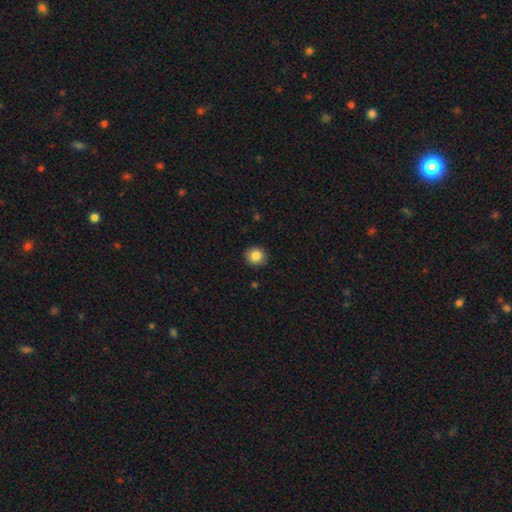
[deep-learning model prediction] smooth_or_featured: smooth (p=0.85) [alt: star or artifact p=0.09]
how_rounded: round (p=0.90) [alt: in between p=0.09]
merging: none (p=0.92) [alt: minor disturbance p=0.06]